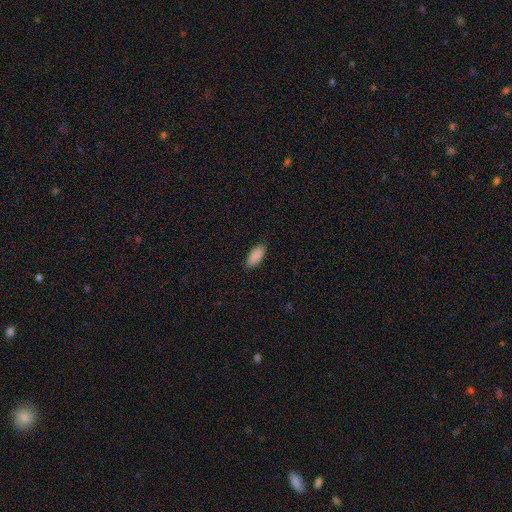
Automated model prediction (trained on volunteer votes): Q: Smooth or featured?
A: smooth (90%); runner-up: star or artifact (7%)
Q: How rounded?
A: in between (88%); runner-up: cigar-shaped (10%)
Q: Merging?
A: none (85%); runner-up: minor disturbance (12%)